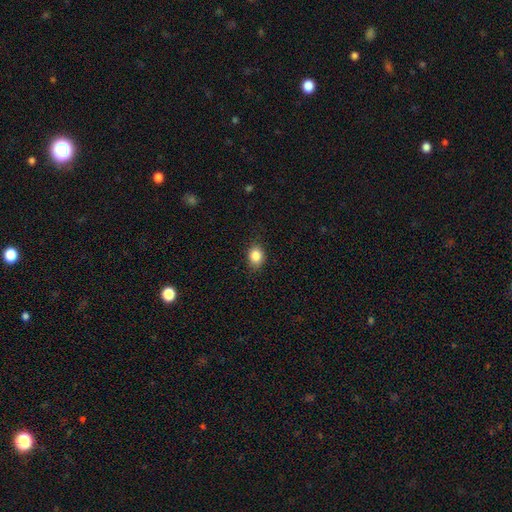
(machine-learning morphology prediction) This is clearly a smooth galaxy (85%). How rounded: possibly in between (54%). Merging: clearly none (83%).